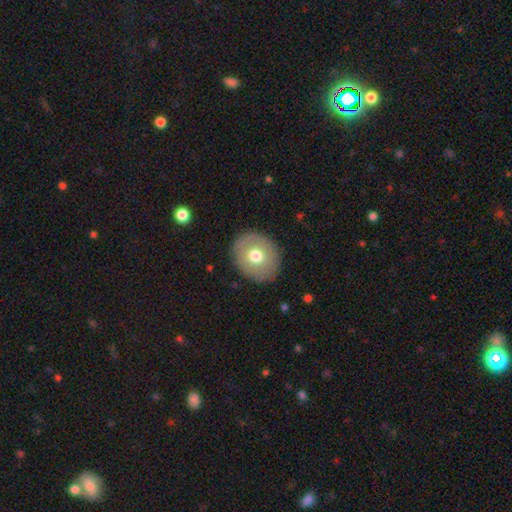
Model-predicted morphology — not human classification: A smooth galaxy with no disk features (66%) that is round (67%). Merging: none (86%).